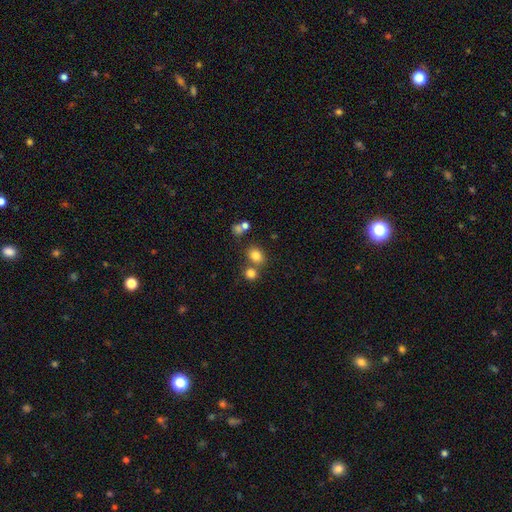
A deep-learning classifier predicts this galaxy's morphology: Smooth or featured? smooth (80%)
How rounded? round (57%)
Merging? none (62%)